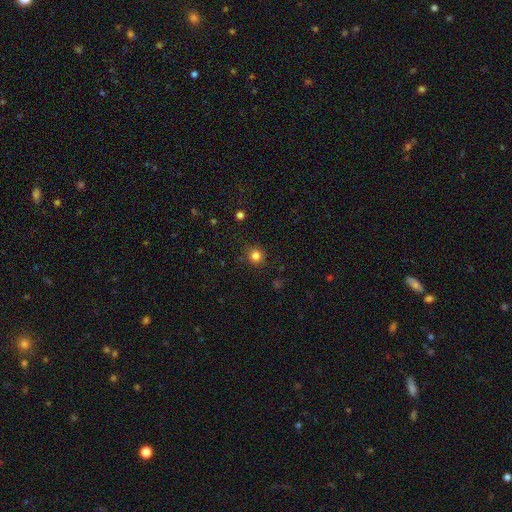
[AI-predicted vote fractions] The model was most divided on "smooth or featured": smooth: 83%, star or artifact: 13%, featured or disk: 4%. More confident: how rounded — round (93%); merging — none (89%).